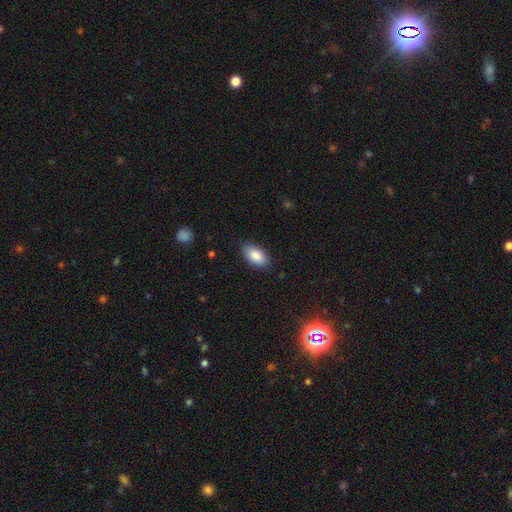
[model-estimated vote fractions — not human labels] Smooth or featured: smooth — 87% (star or artifact — 7%)
How rounded: in between — 94% (round — 3%)
Merging: none — 84% (minor disturbance — 12%)